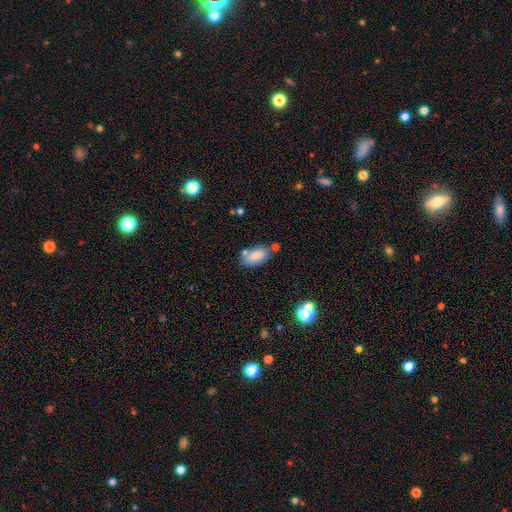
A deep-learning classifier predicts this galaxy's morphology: The model was most divided on "merging": none: 65%, minor disturbance: 18%, merger: 12%, major disturbance: 4%. More confident: how rounded — in between (92%); smooth or featured — smooth (82%).